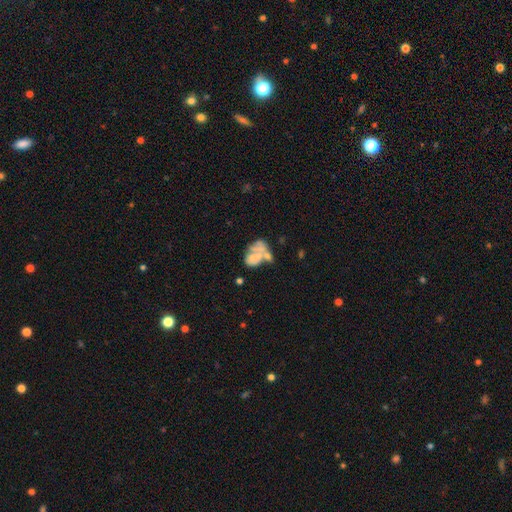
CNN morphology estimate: type=smooth (46%); merging=merger (47%).